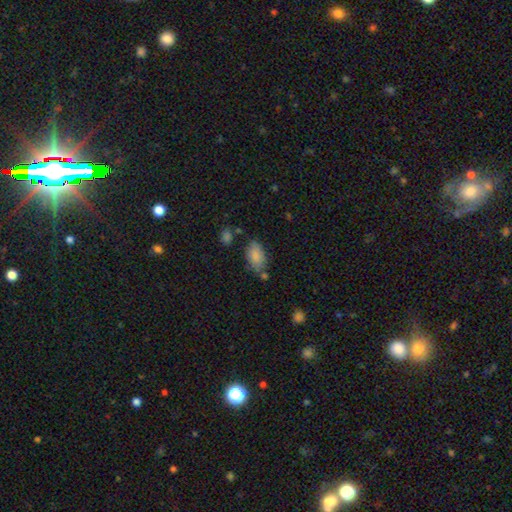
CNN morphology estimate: A smooth galaxy with no disk features (86%) that is in between round and cigar-shaped (93%). Merging: none (65%).